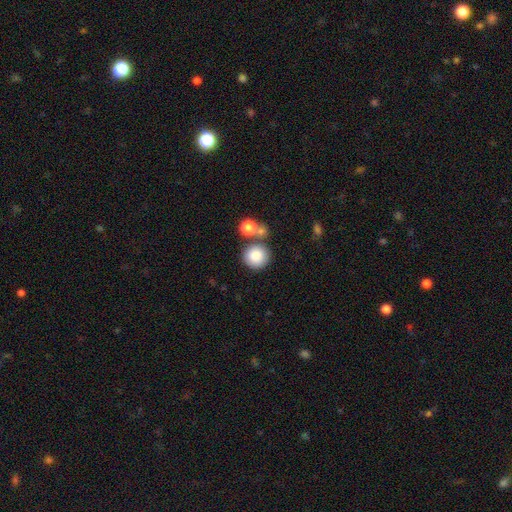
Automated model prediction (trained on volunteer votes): A smooth galaxy with no disk features (84%) that is round (93%). Merging: none (69%).